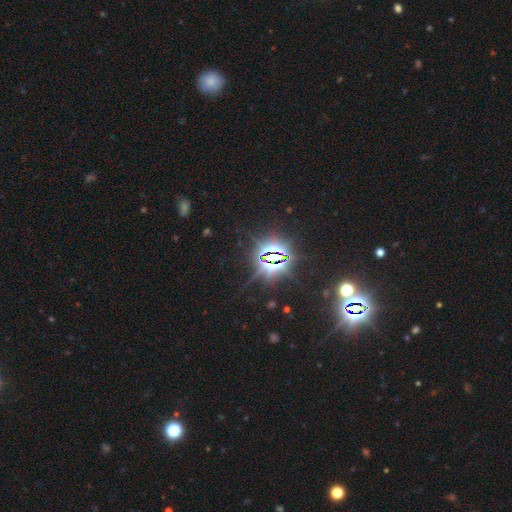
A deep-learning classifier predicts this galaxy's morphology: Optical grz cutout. It shows a star or artifact, not a galaxy (85%).